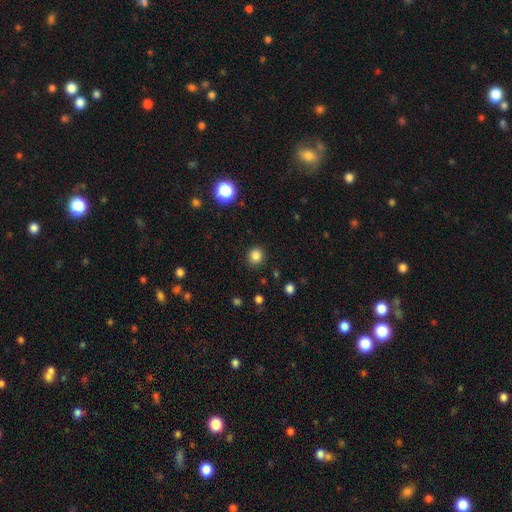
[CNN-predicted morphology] A smooth galaxy with no disk features (84%) that is round (85%). Merging: none (90%).